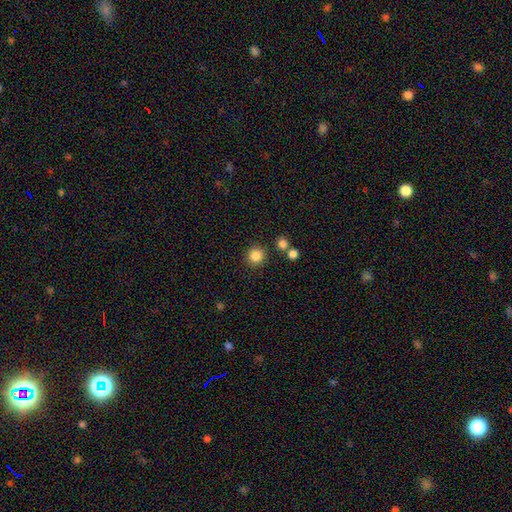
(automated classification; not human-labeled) Morphology: type=smooth (85%); roundness=round (93%); merging=none (86%).